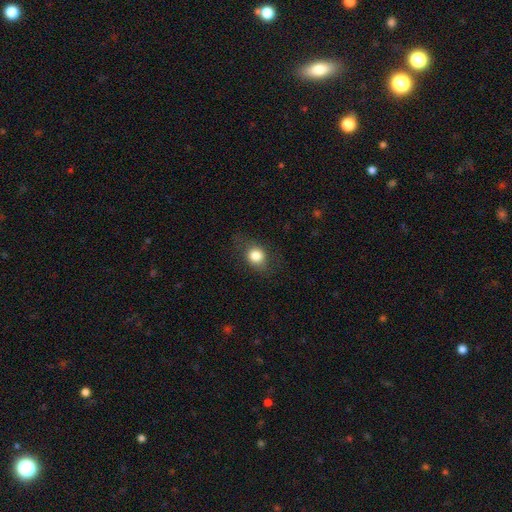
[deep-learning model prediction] Smooth or featured? Predicted: smooth (p=0.80). How rounded? Predicted: round (p=0.57). Merging? Predicted: none (p=0.74).